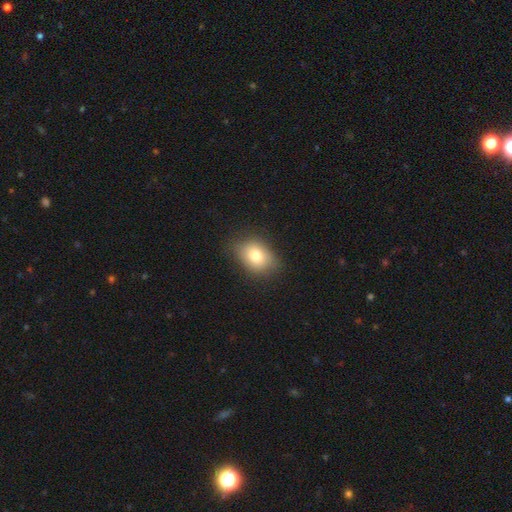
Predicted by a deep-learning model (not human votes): A smooth galaxy with no disk features (78%) that is in between round and cigar-shaped (71%).

Vote fractions:
- Smooth or featured? smooth: 78% / featured or disk: 12% / star or artifact: 9%
- How rounded? in between: 71% / round: 28% / cigar-shaped: 1%
- Merging? none: 78% / minor disturbance: 17% / major disturbance: 4% / merger: 1%